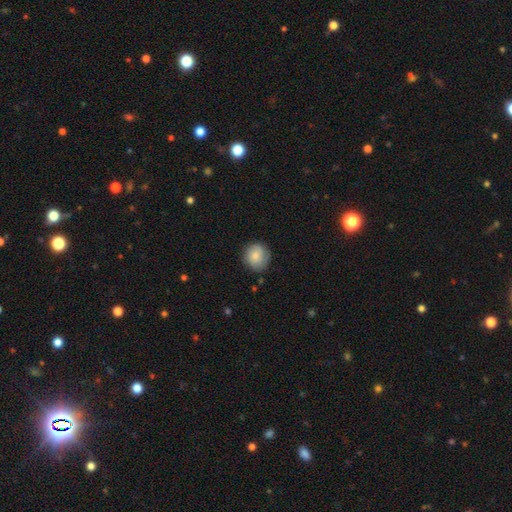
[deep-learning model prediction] Smooth or featured?
  - smooth: 76% *
  - featured or disk: 16%
  - star or artifact: 7%
How rounded?
  - round: 88% *
  - in between: 11%
  - cigar-shaped: 1%
Merging?
  - none: 76% *
  - minor disturbance: 18%
  - major disturbance: 4%
  - merger: 1%